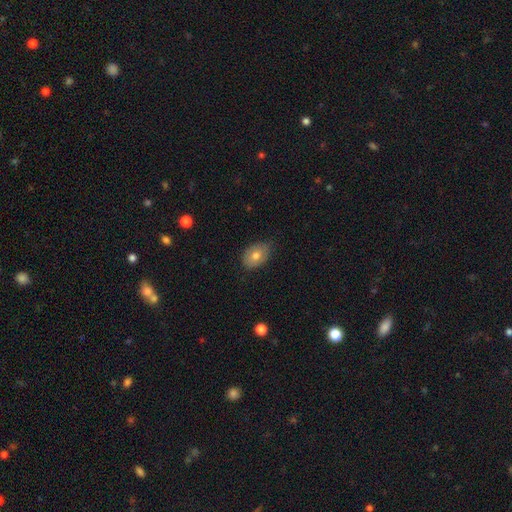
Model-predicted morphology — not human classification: smooth_or_featured: smooth (p=0.73) [alt: featured or disk p=0.19]
how_rounded: in between (p=0.81) [alt: round p=0.17]
merging: none (p=0.76) [alt: minor disturbance p=0.20]